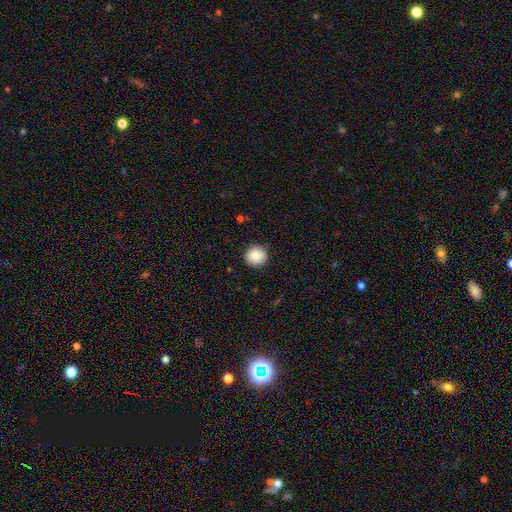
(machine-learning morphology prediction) Smooth or featured? Predicted: smooth (p=0.87). How rounded? Predicted: round (p=0.94). Merging? Predicted: none (p=0.90).